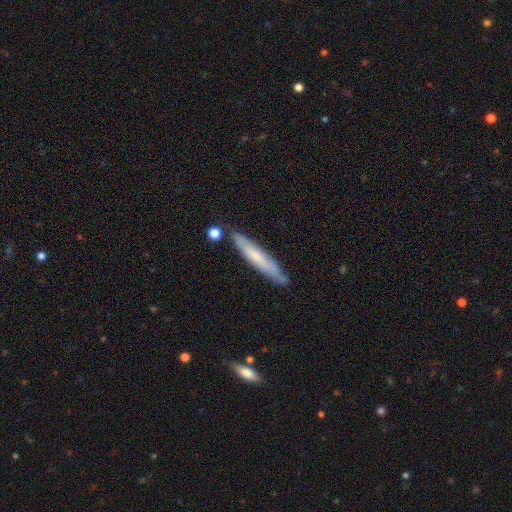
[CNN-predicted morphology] A smooth galaxy with no disk features (58%) that is cigar-shaped (92%). Merging: none (78%).